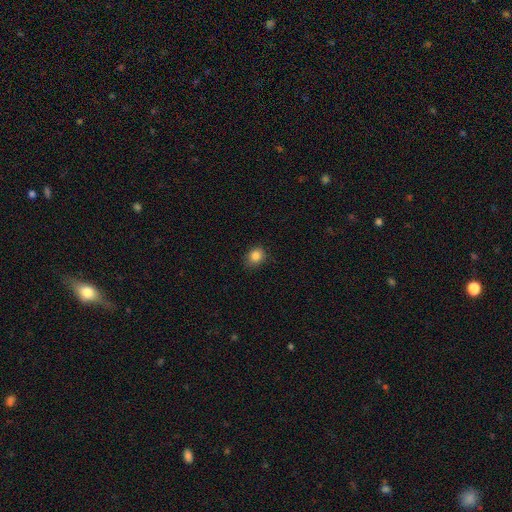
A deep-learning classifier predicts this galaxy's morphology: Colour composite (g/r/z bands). It shows a smooth galaxy with no disk features (84%) that is round (66%). Merging: none (82%).